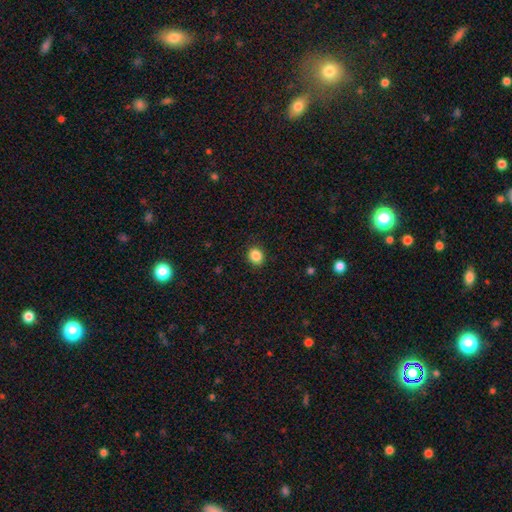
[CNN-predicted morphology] A smooth galaxy with no disk features (86%) that is round (74%).

Vote fractions:
- Smooth or featured? smooth: 86% / star or artifact: 10% / featured or disk: 4%
- How rounded? round: 74% / in between: 25% / cigar-shaped: 1%
- Merging? none: 90% / minor disturbance: 7% / major disturbance: 2% / merger: 1%